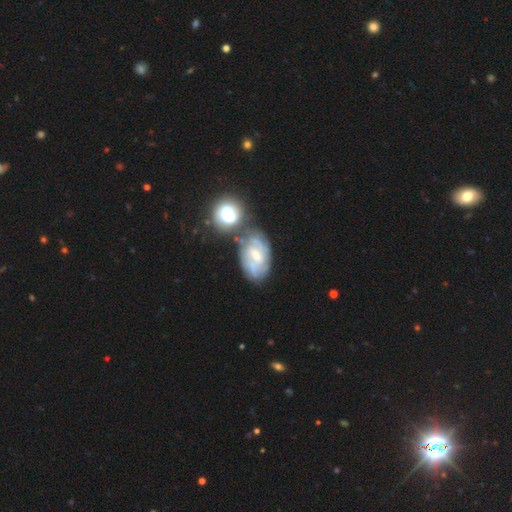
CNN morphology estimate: Smooth or featured? featured or disk (71%)
Edge-on disk? no (96%)
Bar? weak (51%)
Spiral arms? yes (84%)
Spiral winding? tight (48%)
Spiral arm count? can't tell (42%)
Bulge size? small (50%)
Merging? none (48%)